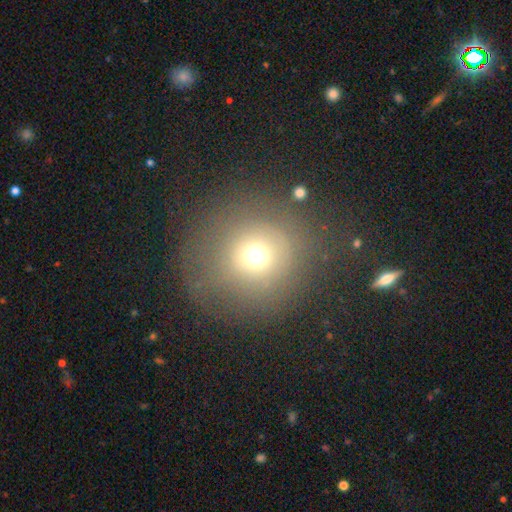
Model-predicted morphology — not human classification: A smooth galaxy with no disk features (66%) that is round (92%). Merging: none (73%).